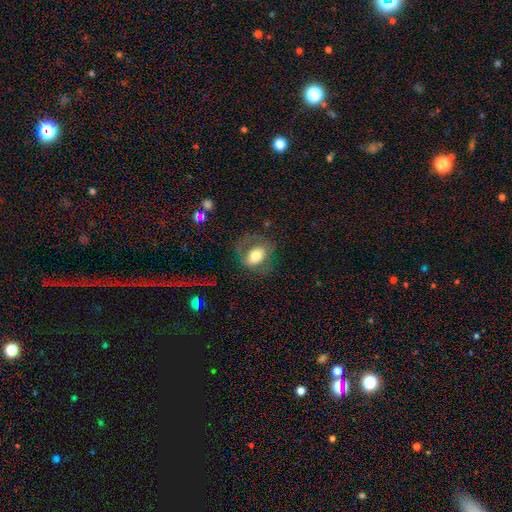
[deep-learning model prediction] This appears to be a smooth galaxy with no disk features (55%) that is in between round and cigar-shaped (69%). Merging: none (53%).